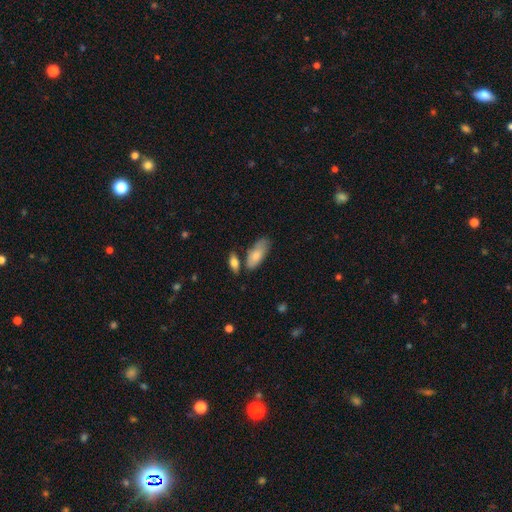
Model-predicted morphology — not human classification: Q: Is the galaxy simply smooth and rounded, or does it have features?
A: smooth — 79%.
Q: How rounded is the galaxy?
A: in between — 84%.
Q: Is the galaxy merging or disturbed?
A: none — 61%.